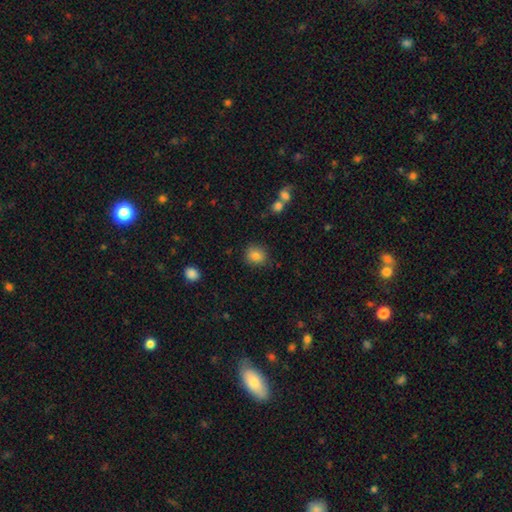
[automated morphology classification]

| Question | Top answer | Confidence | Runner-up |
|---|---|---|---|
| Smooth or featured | smooth | 83% | star or artifact (10%) |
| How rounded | round | 76% | in between (23%) |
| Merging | none | 82% | minor disturbance (11%) |